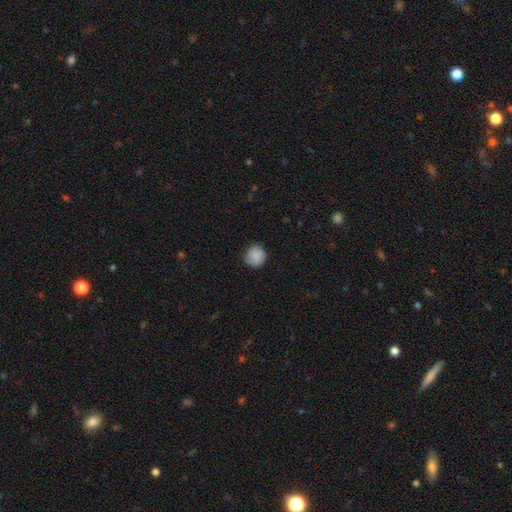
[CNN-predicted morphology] Overall: smooth (87%). How rounded: round (91%). Merging: none (83%).